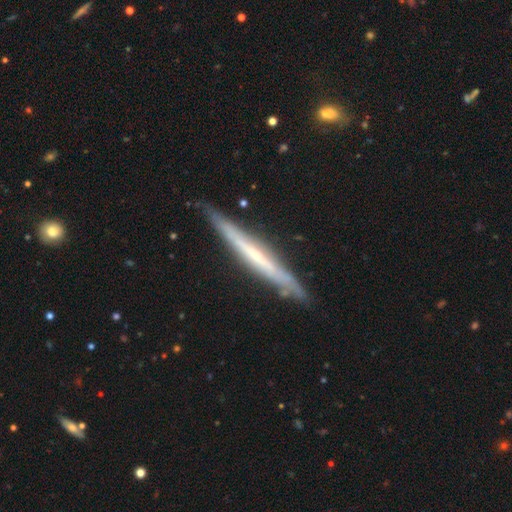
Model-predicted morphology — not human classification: Smooth or featured: featured or disk — 67% (smooth — 27%)
Edge-on disk: yes — 93% (no — 7%)
Edge-on bulge: none — 75% (rounded — 16%)
Merging: none — 82% (minor disturbance — 14%)